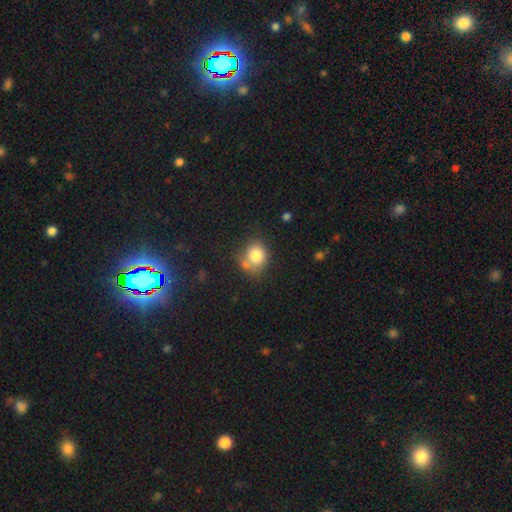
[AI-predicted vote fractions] Smooth or featured?
  - smooth: 80% *
  - featured or disk: 10%
  - star or artifact: 10%
How rounded?
  - round: 70% *
  - in between: 30%
  - cigar-shaped: 1%
Merging?
  - none: 53% *
  - minor disturbance: 20%
  - merger: 20%
  - major disturbance: 7%